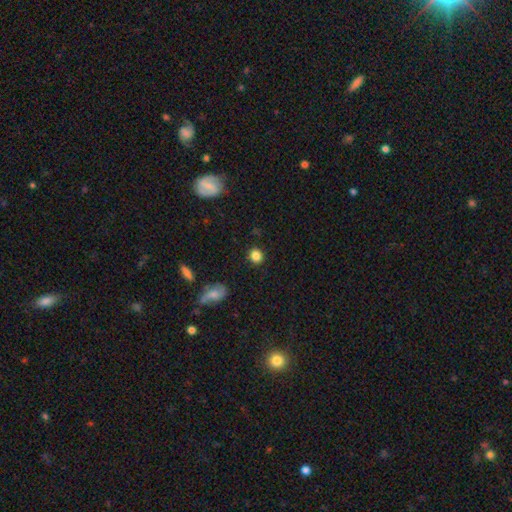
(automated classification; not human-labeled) This appears to be a smooth galaxy with no disk features (85%) that is round (80%). Merging: none (87%).